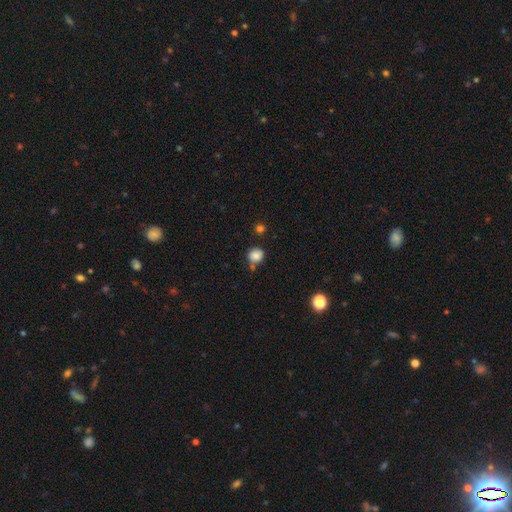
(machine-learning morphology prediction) Smooth or featured?
  - smooth: 83% *
  - star or artifact: 11%
  - featured or disk: 6%
How rounded?
  - round: 87% *
  - in between: 12%
  - cigar-shaped: 1%
Merging?
  - none: 68% *
  - minor disturbance: 17%
  - merger: 11%
  - major disturbance: 4%